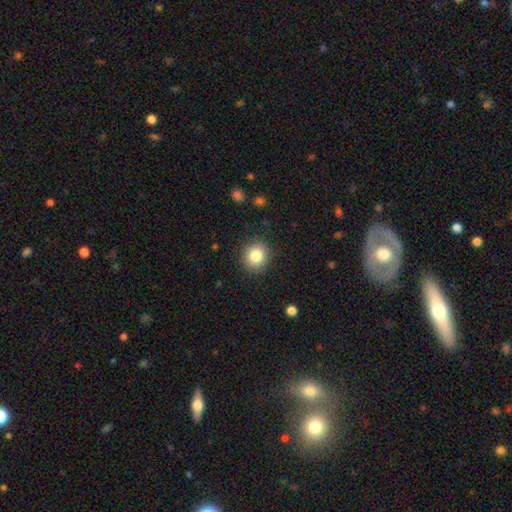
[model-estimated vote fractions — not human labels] A smooth galaxy with no disk features (84%) that is round (79%).

Vote fractions:
- Smooth or featured? smooth: 84% / star or artifact: 10% / featured or disk: 7%
- How rounded? round: 79% / in between: 20% / cigar-shaped: 1%
- Merging? none: 89% / minor disturbance: 7% / major disturbance: 2% / merger: 1%